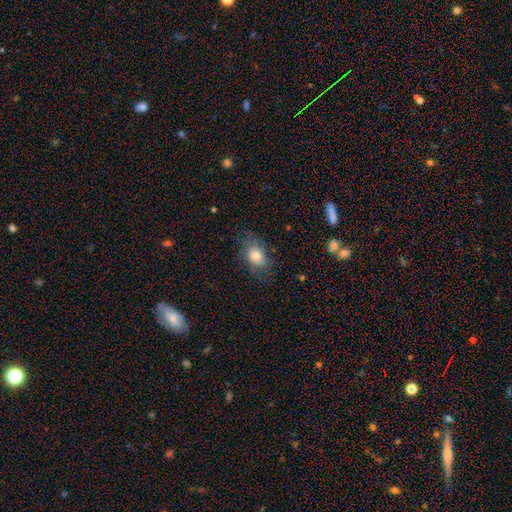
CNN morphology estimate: This is likely a smooth galaxy (69%). How rounded: likely in between (71%). Merging: likely none (65%).